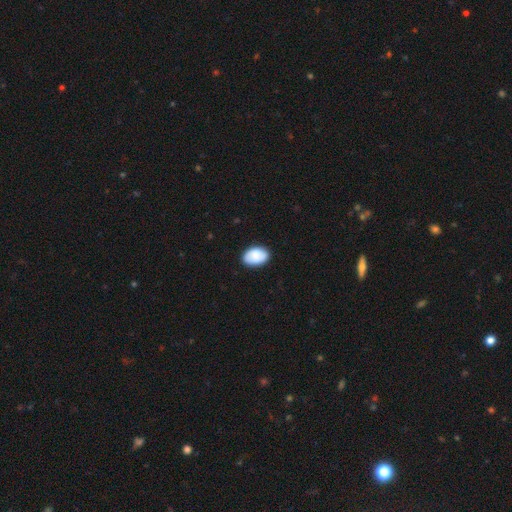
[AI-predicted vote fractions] smooth 87%, featured or disk 7%, star or artifact 6%. Down the decision tree: how rounded — in between (89%); merging — none (86%).